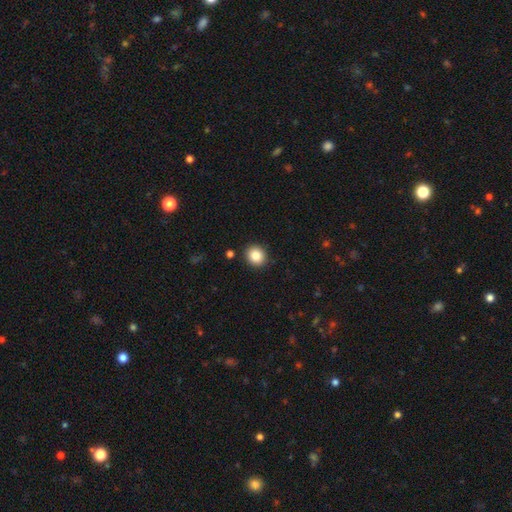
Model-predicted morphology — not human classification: Q: Smooth or featured?
A: smooth (86%); runner-up: star or artifact (9%)
Q: How rounded?
A: round (82%); runner-up: in between (18%)
Q: Merging?
A: none (91%); runner-up: minor disturbance (6%)